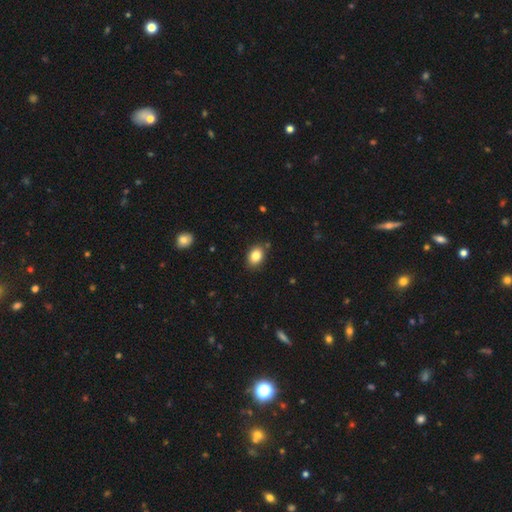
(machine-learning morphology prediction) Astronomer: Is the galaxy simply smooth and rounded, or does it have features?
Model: smooth — 84%.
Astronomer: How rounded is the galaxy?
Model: in between — 74%.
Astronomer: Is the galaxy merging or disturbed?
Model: none — 84%.